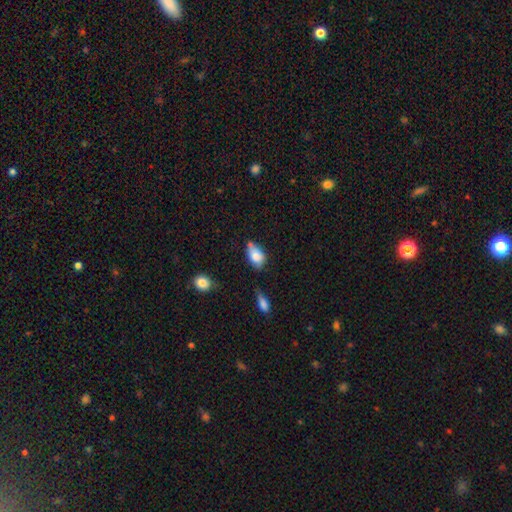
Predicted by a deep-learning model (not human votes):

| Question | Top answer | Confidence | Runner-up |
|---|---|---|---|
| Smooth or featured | smooth | 81% | featured or disk (11%) |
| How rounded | in between | 88% | round (10%) |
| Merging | none | 43% | minor disturbance (37%) |